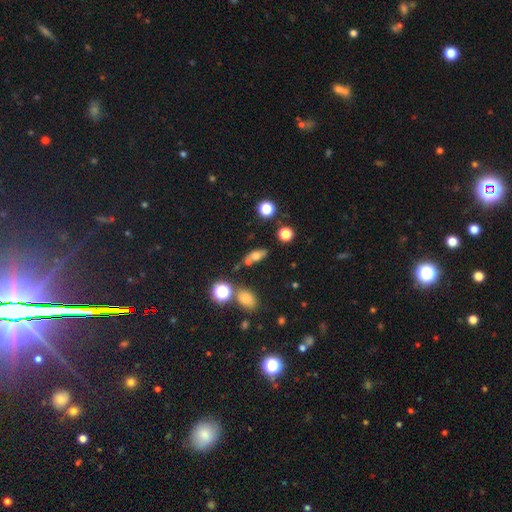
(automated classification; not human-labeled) A smooth galaxy with no disk features (63%) that is in between round and cigar-shaped (70%).

Vote fractions:
- Smooth or featured? smooth: 63% / featured or disk: 23% / star or artifact: 14%
- How rounded? in between: 70% / cigar-shaped: 17% / round: 13%
- Merging? none: 62% / merger: 17% / minor disturbance: 15% / major disturbance: 6%